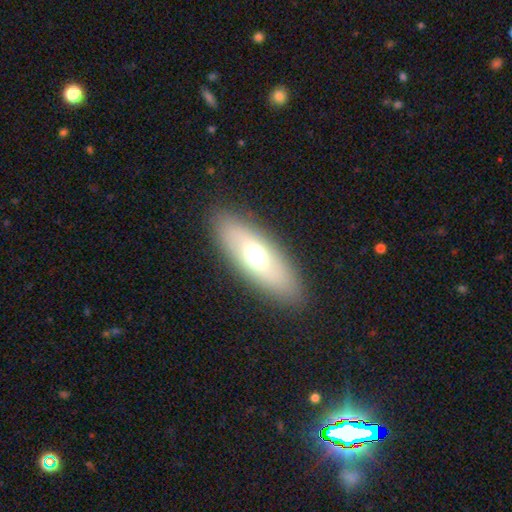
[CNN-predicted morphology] A smooth galaxy with no disk features (60%) that is in between round and cigar-shaped (67%).

Vote fractions:
- Smooth or featured? smooth: 60% / featured or disk: 33% / star or artifact: 7%
- How rounded? in between: 67% / cigar-shaped: 30% / round: 3%
- Merging? none: 88% / minor disturbance: 8% / major disturbance: 3% / merger: 1%